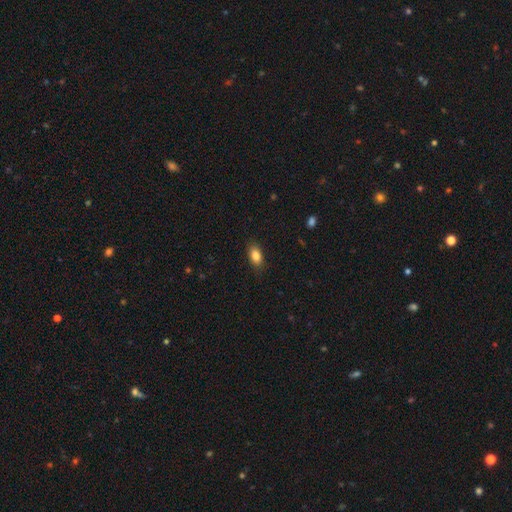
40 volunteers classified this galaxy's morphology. Smooth or featured? 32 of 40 (80%) said smooth. How rounded? 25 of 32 (78%) said in between. Merging? 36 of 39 (92%) said none.